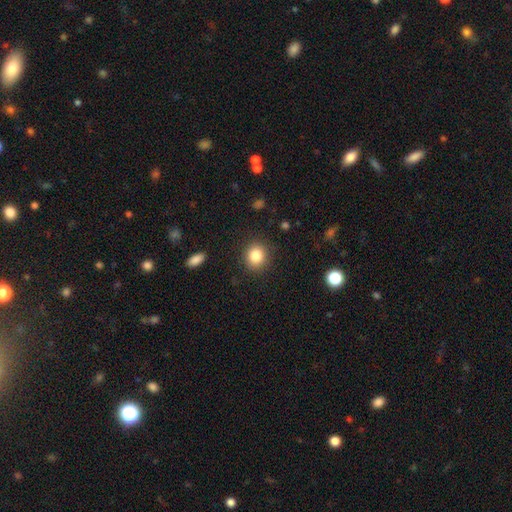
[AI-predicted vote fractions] A smooth galaxy with no disk features (84%) that is round (80%). Merging: none (88%).